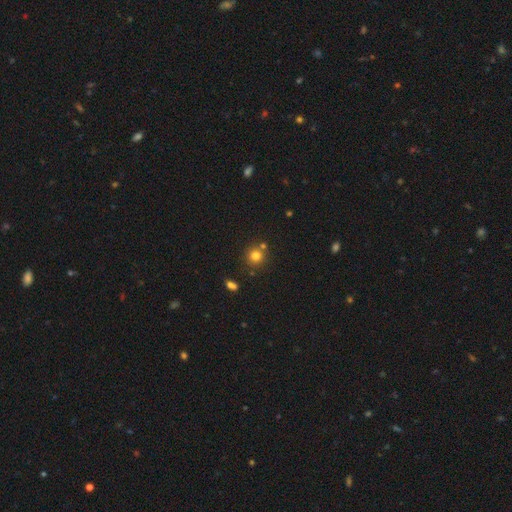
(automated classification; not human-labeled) A smooth galaxy with no disk features (78%) that is round (92%). Merging: none (76%).